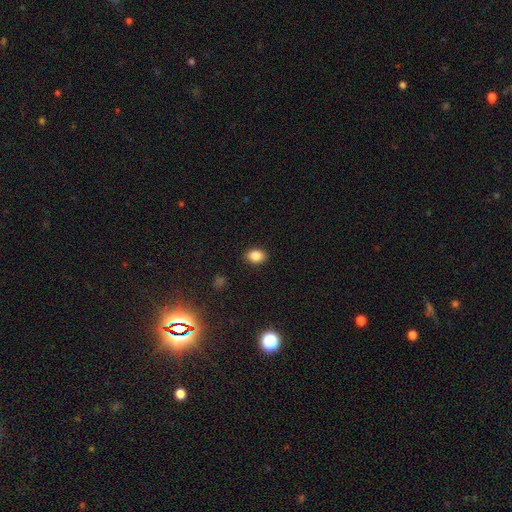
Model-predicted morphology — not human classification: smooth 85%, star or artifact 9%, featured or disk 5%. Down the decision tree: how rounded — in between (72%); merging — none (89%).